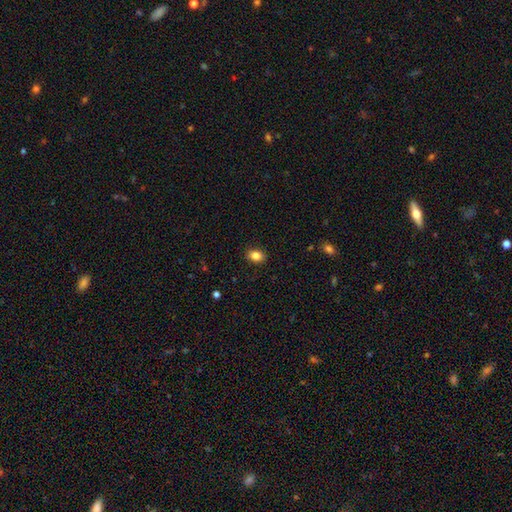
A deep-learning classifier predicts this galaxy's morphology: smooth_or_featured: smooth (p=0.85) [alt: star or artifact p=0.10]
how_rounded: in between (p=0.67) [alt: round p=0.32]
merging: none (p=0.88) [alt: minor disturbance p=0.08]